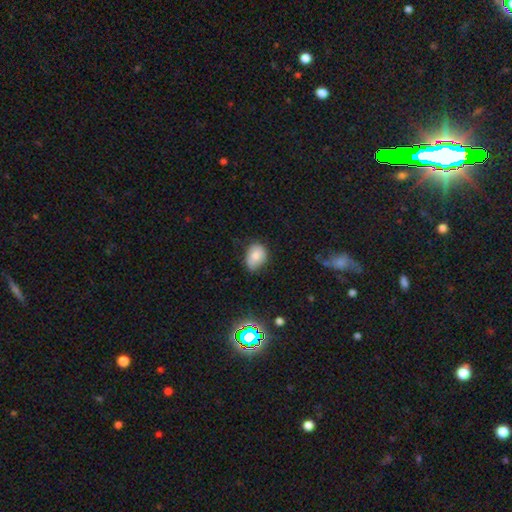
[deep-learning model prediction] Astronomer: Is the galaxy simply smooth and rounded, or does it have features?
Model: smooth — 75%.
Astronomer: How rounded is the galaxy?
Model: in between — 64%.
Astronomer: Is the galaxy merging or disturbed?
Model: none — 59%.